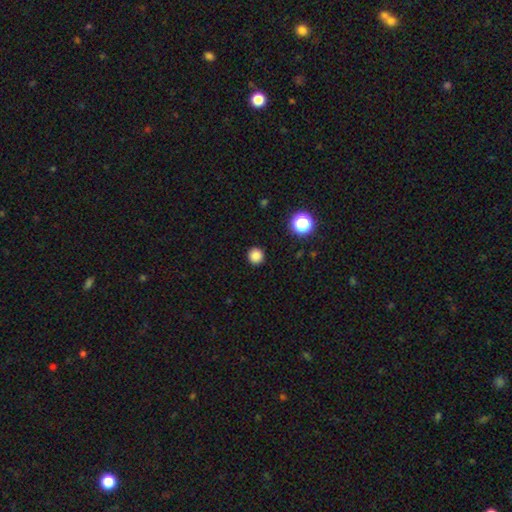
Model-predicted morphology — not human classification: Smooth or featured? smooth (84%)
How rounded? round (95%)
Merging? none (92%)